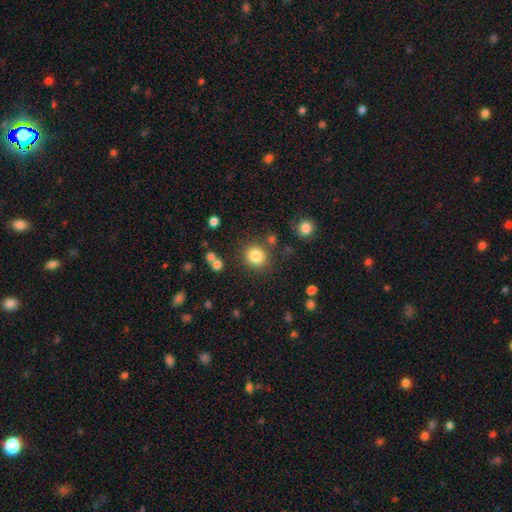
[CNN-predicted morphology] The model was most divided on "smooth or featured": smooth: 84%, star or artifact: 11%, featured or disk: 6%. More confident: how rounded — round (88%); merging — none (83%).